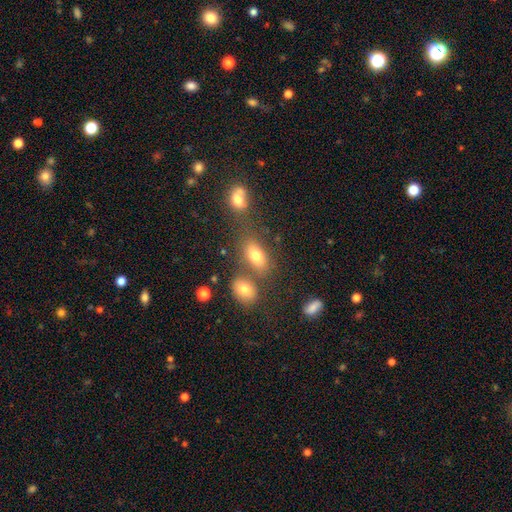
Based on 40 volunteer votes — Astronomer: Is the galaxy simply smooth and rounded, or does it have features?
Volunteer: smooth — 78%.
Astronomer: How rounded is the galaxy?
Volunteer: in between — 97%.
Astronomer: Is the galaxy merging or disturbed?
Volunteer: none — 67%.